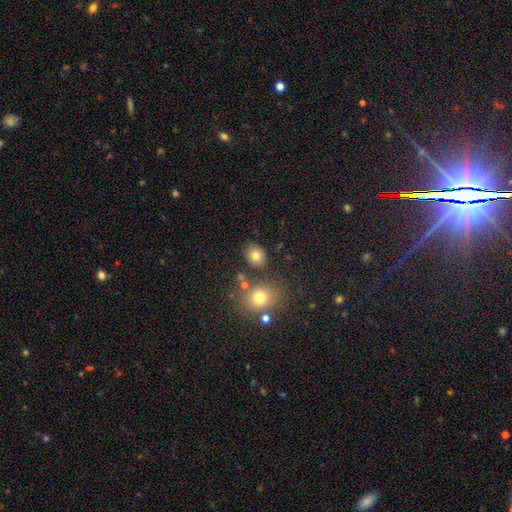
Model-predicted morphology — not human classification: Q: Smooth or featured?
A: smooth (79%); runner-up: star or artifact (12%)
Q: How rounded?
A: round (53%); runner-up: in between (46%)
Q: Merging?
A: none (79%); runner-up: minor disturbance (11%)